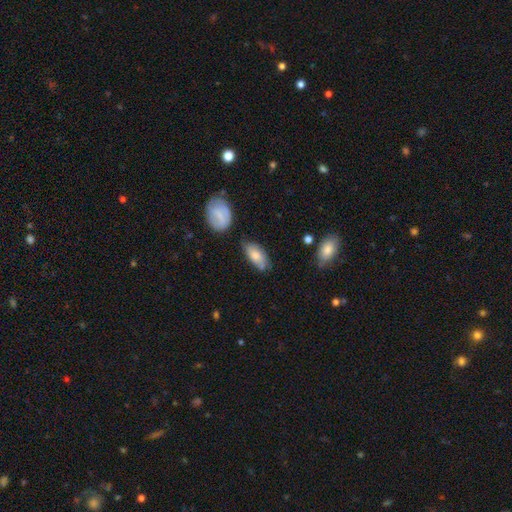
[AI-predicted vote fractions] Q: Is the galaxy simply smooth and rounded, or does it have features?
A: smooth — 74%.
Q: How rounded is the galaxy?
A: in between — 87%.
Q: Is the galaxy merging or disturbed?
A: none — 62%.